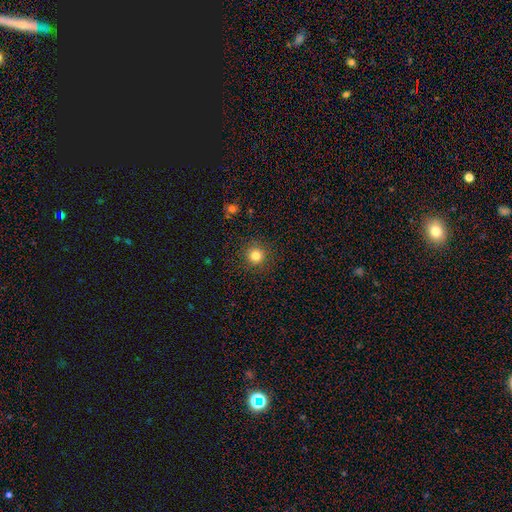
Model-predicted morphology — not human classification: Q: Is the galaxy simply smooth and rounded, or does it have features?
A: smooth — 81%.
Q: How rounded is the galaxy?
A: round — 95%.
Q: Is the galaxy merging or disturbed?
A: none — 91%.